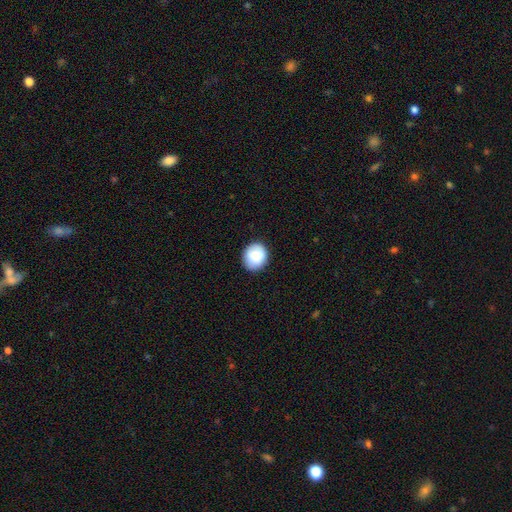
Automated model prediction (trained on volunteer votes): Smooth or featured? smooth (85%)
How rounded? round (70%)
Merging? none (87%)